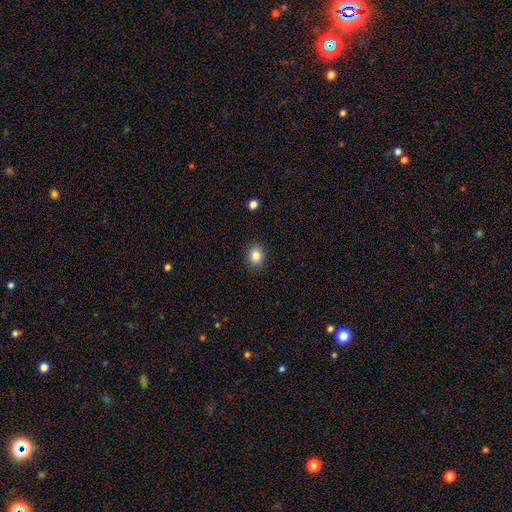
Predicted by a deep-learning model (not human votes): Morphology: type=smooth (85%); roundness=round (56%); merging=none (89%).